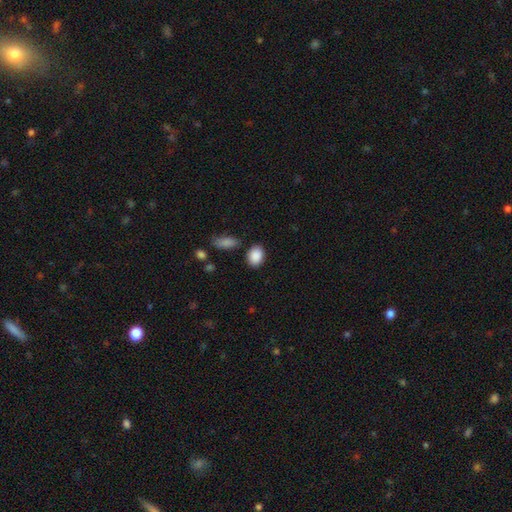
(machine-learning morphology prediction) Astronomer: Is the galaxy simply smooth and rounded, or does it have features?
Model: smooth — 89%.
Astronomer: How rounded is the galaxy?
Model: in between — 71%.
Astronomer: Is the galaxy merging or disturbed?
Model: none — 81%.